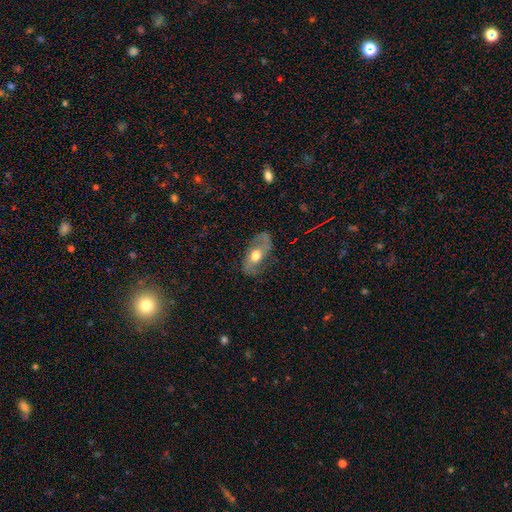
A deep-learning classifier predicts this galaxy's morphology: Smooth or featured?
  - featured or disk: 62% *
  - smooth: 31%
  - star or artifact: 7%
Edge-on disk?
  - no: 86% *
  - yes: 14%
Bar?
  - no: 68% *
  - weak: 24%
  - strong: 8%
Spiral arms?
  - yes: 74% *
  - no: 26%
Bulge size?
  - moderate: 59% *
  - large: 32%
  - small: 5%
  - dominant: 2%
  - none: 1%
Merging?
  - none: 71% *
  - minor disturbance: 19%
  - major disturbance: 9%
  - merger: 2%